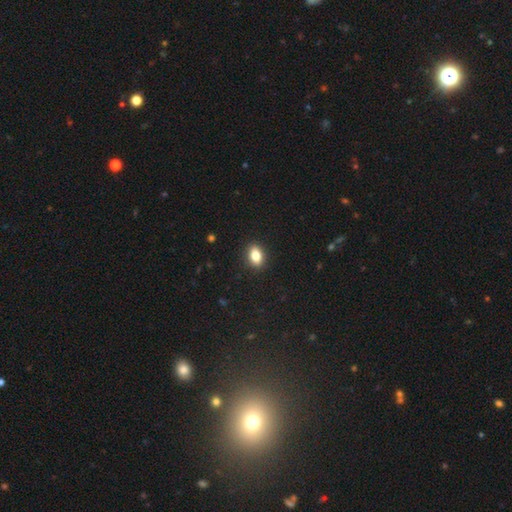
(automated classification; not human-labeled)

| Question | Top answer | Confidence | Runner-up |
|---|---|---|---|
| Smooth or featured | smooth | 83% | star or artifact (9%) |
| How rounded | in between | 80% | round (18%) |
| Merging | none | 90% | minor disturbance (7%) |